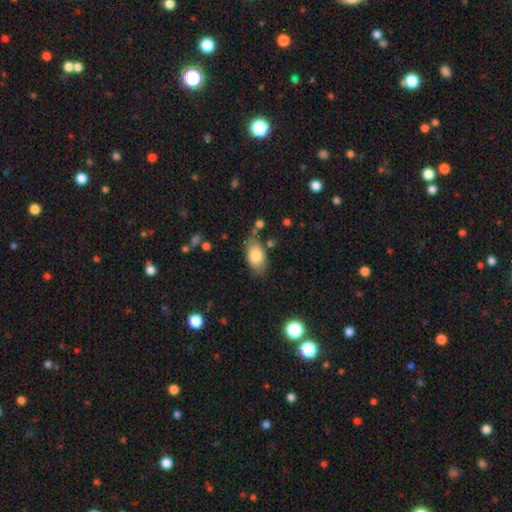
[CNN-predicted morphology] smooth-or-featured: smooth: 80% | featured or disk: 13% | star or artifact: 7%
  how-rounded: in between: 91% | round: 7% | cigar-shaped: 2%
  merging: none: 65% | minor disturbance: 23% | major disturbance: 6% | merger: 6%